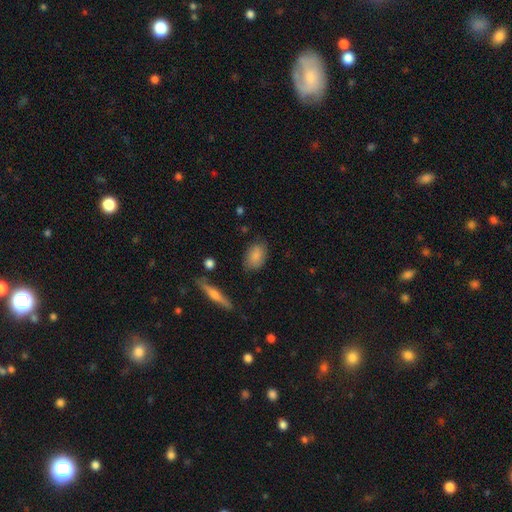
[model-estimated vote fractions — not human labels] Smooth or featured? Predicted: smooth (p=0.84). How rounded? Predicted: in between (p=0.85). Merging? Predicted: none (p=0.78).